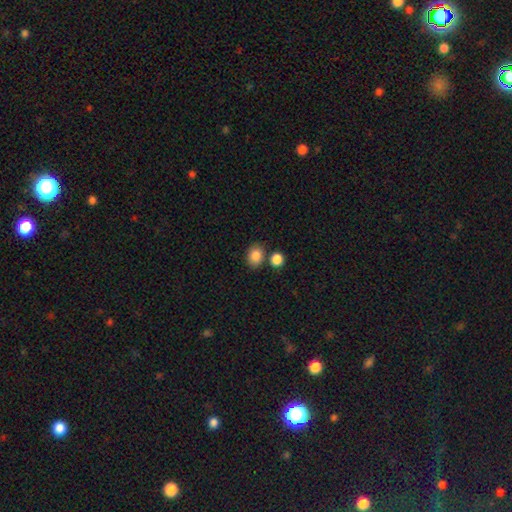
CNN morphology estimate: Overall: smooth (85%). How rounded: in between (59%; round 40%). Merging: none (70%).